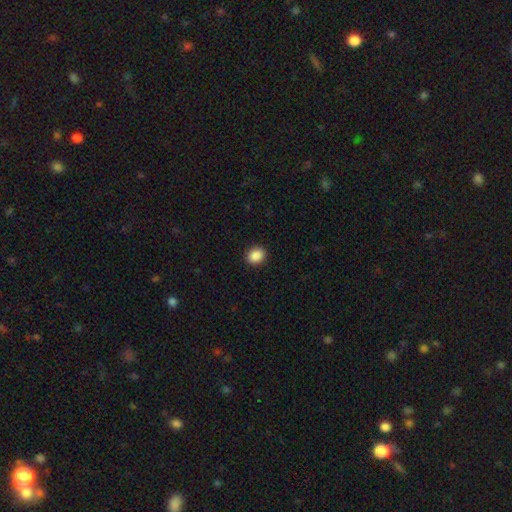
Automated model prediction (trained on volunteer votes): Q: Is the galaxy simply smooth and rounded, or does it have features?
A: smooth — 88%.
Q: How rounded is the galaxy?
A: round — 57%.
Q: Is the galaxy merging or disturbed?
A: none — 91%.